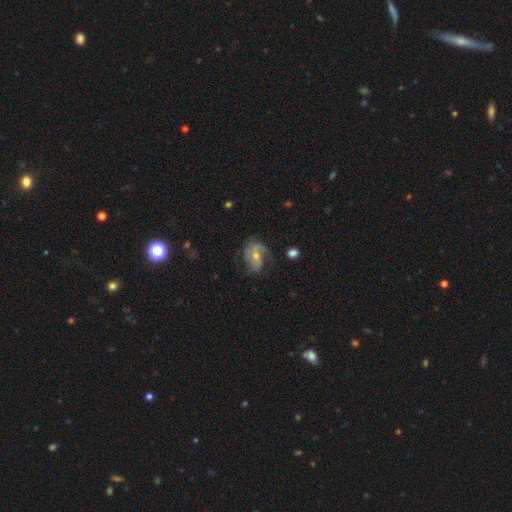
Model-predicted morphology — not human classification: Smooth or featured? Predicted: featured or disk (p=0.67). Edge-on disk? Predicted: no (p=0.96). Bar? Predicted: no (p=0.55). Spiral arms? Predicted: yes (p=0.87). Spiral winding? Predicted: medium (p=0.42). Spiral arm count? Predicted: 2 (p=0.49). Bulge size? Predicted: moderate (p=0.58). Merging? Predicted: none (p=0.62).